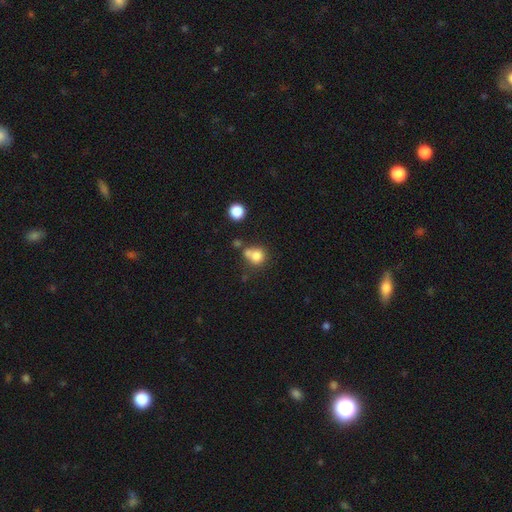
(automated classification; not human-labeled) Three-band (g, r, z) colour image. It shows a smooth galaxy with no disk features (77%) that is round (81%). Merging: none (44%).